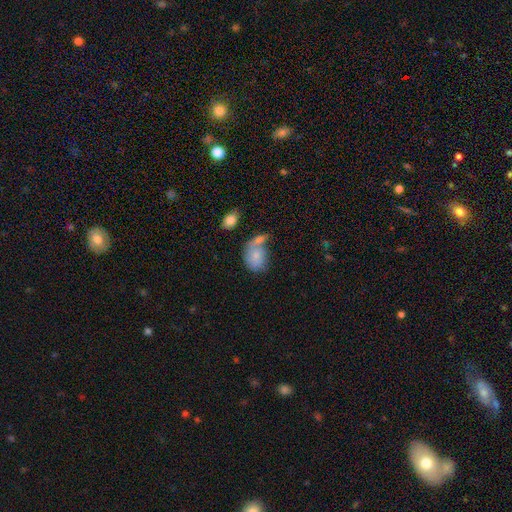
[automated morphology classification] Overall: smooth (71%). How rounded: in between (70%). Merging: merger (44%; none 28%).